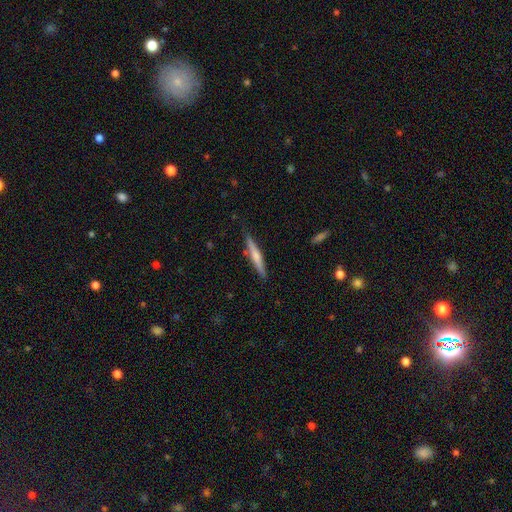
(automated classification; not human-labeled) The model was most divided on "smooth or featured": smooth: 50%, featured or disk: 45%, star or artifact: 6%. More confident: merging — none (86%).